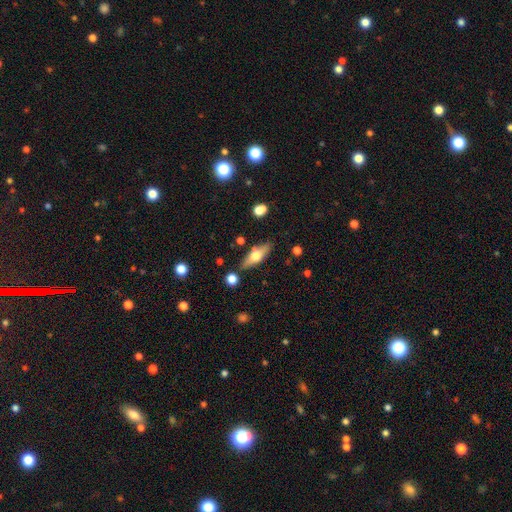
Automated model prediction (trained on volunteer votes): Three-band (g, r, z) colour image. It shows a smooth galaxy with no disk features (53%) that is in between round and cigar-shaped (59%). Merging: none (82%).